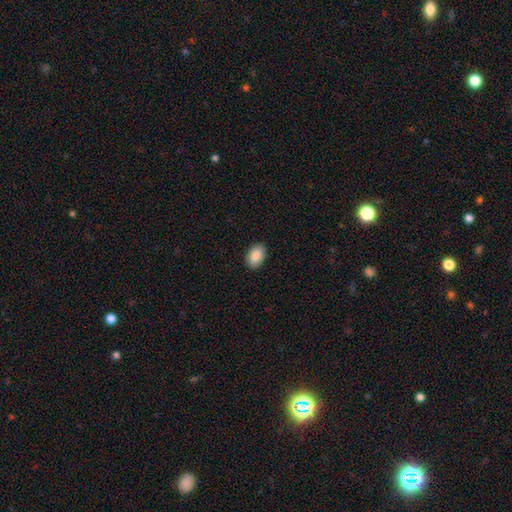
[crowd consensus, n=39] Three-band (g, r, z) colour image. It shows a smooth galaxy with no disk features (87%) that is in between round and cigar-shaped (91%). Merging: none (89%).